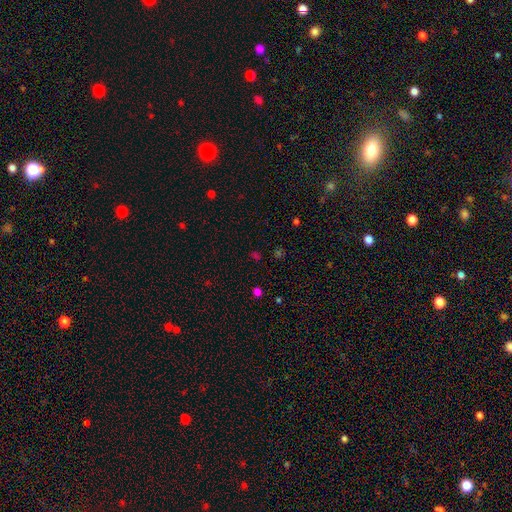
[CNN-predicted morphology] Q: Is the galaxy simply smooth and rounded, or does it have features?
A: star or artifact — 49%.